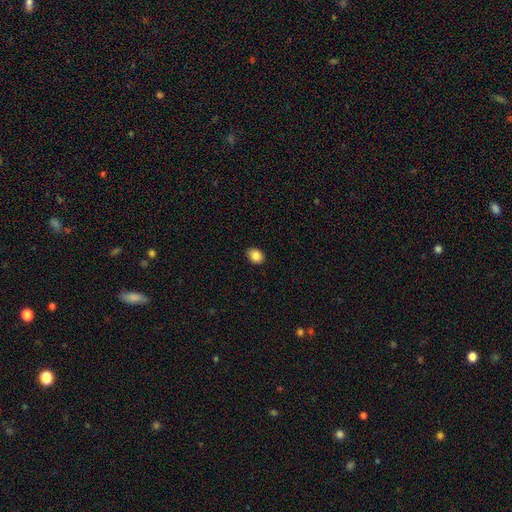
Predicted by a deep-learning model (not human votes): smooth_or_featured: smooth (p=0.86) [alt: star or artifact p=0.09]
how_rounded: in between (p=0.58) [alt: round p=0.41]
merging: none (p=0.88) [alt: minor disturbance p=0.10]